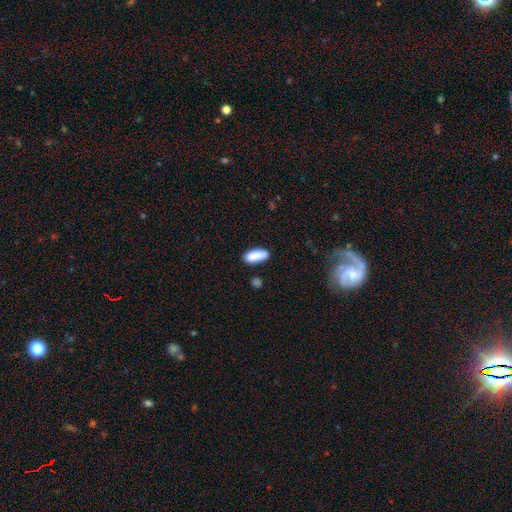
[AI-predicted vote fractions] smooth 88%, star or artifact 7%, featured or disk 5%. Down the decision tree: how rounded — in between (75%); merging — none (77%).